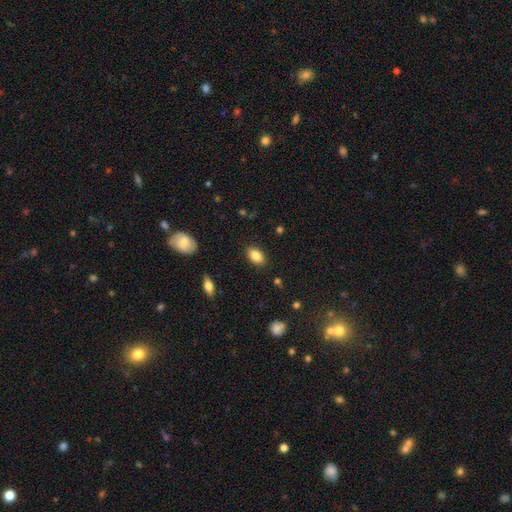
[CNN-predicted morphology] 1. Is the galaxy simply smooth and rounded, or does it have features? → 85% smooth, 8% star or artifact, 7% featured or disk.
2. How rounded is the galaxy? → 90% in between, 8% round, 2% cigar-shaped.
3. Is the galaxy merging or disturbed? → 87% none, 10% minor disturbance, 2% major disturbance, 1% merger.